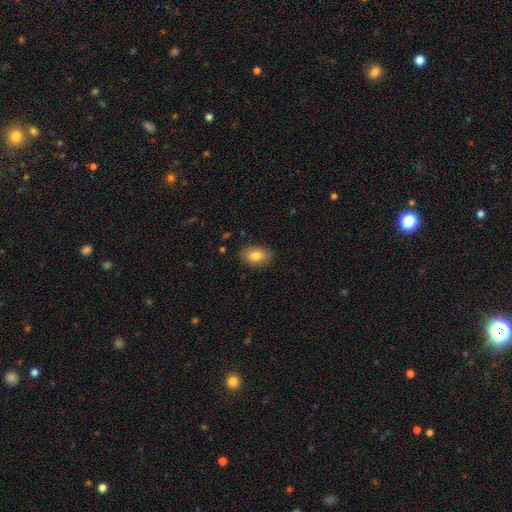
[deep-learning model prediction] This appears to be a smooth galaxy with no disk features (79%) that is in between round and cigar-shaped (88%). Merging: none (85%).